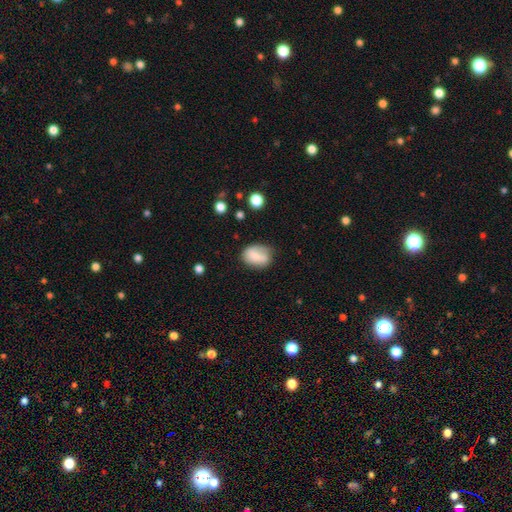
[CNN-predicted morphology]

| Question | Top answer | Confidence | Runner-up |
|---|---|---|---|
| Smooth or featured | smooth | 71% | featured or disk (22%) |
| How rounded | in between | 70% | round (29%) |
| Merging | none | 52% | minor disturbance (25%) |